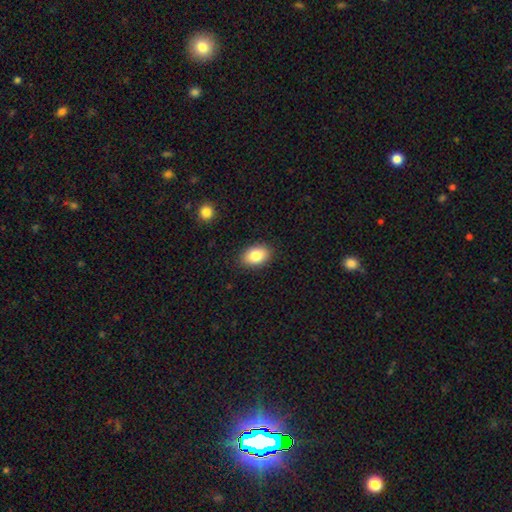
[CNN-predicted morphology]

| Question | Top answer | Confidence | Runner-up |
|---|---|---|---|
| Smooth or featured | smooth | 84% | featured or disk (8%) |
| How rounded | in between | 85% | round (13%) |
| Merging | none | 88% | minor disturbance (9%) |